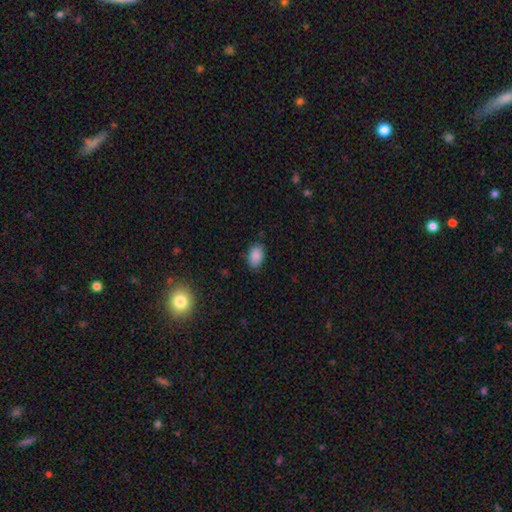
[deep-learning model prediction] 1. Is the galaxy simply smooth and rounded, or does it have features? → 88% smooth, 8% star or artifact, 4% featured or disk.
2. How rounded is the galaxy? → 86% in between, 12% round, 1% cigar-shaped.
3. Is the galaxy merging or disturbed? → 83% none, 13% minor disturbance, 3% major disturbance, 1% merger.